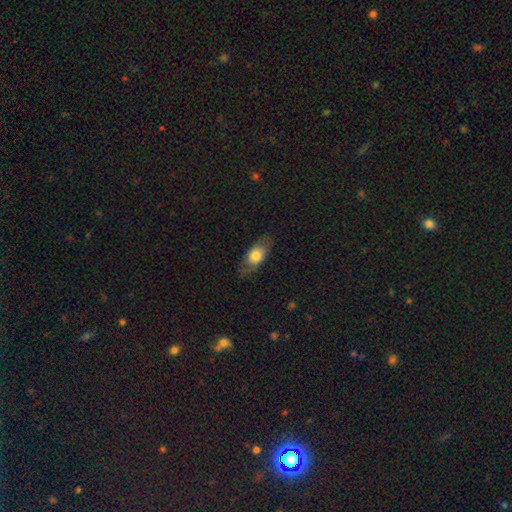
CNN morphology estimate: Smooth or featured? Predicted: smooth (p=0.67). How rounded? Predicted: in between (p=0.80). Merging? Predicted: none (p=0.78).